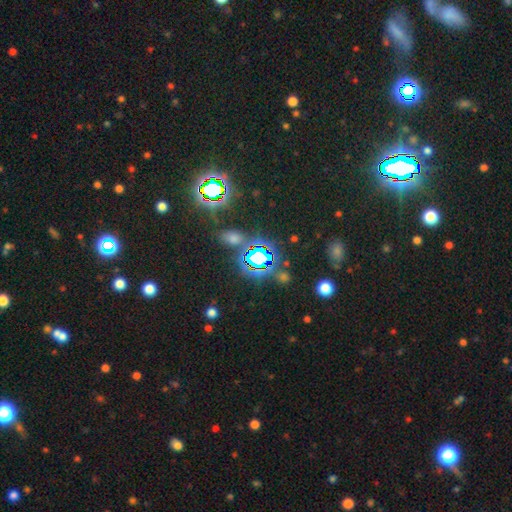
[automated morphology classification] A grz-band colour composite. It shows a star or artifact, not a galaxy (79%).